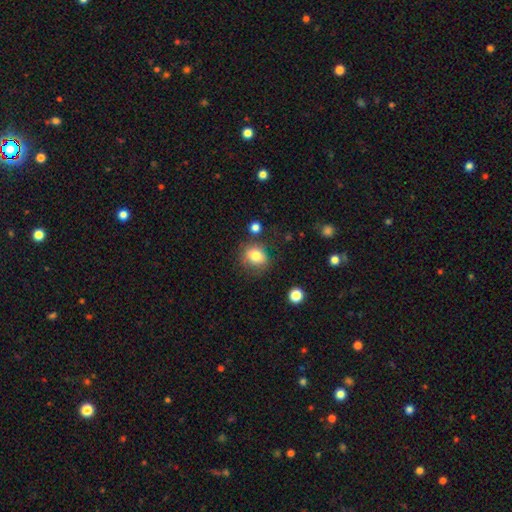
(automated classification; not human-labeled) Morphology: type=smooth (80%); roundness=round (66%); merging=none (70%).